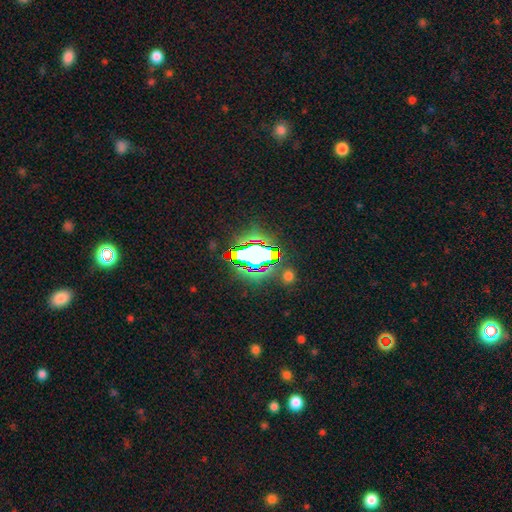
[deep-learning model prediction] Smooth or featured? Predicted: star or artifact (p=0.62).